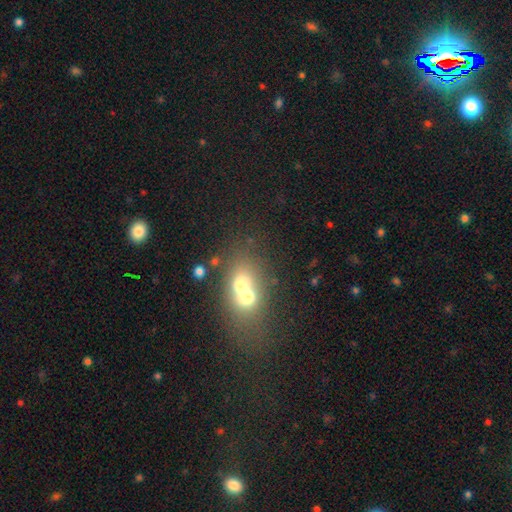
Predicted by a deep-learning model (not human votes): Smooth or featured? smooth (53%)
How rounded? in between (54%)
Merging? merger (57%)